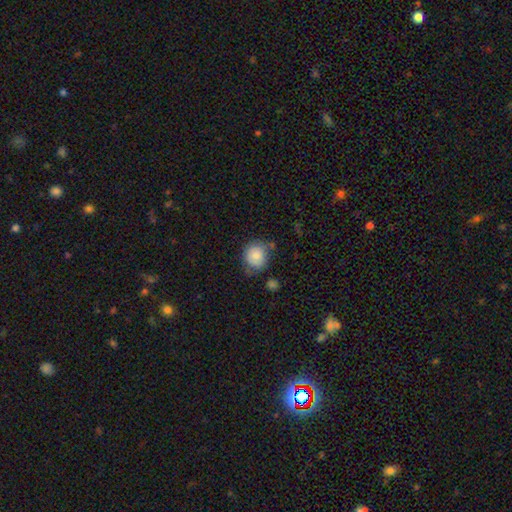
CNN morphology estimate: Smooth or featured?
  - smooth: 83% *
  - featured or disk: 8%
  - star or artifact: 8%
How rounded?
  - round: 82% *
  - in between: 17%
  - cigar-shaped: 1%
Merging?
  - none: 63% *
  - minor disturbance: 25%
  - major disturbance: 7%
  - merger: 5%